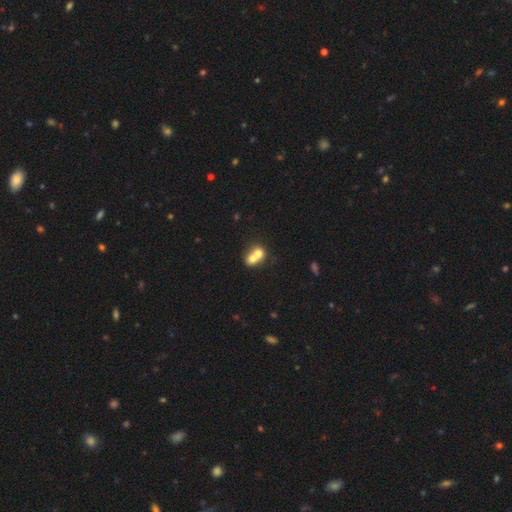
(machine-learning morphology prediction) A smooth galaxy with no disk features (67%) that is round (60%). Merging: merger (72%).